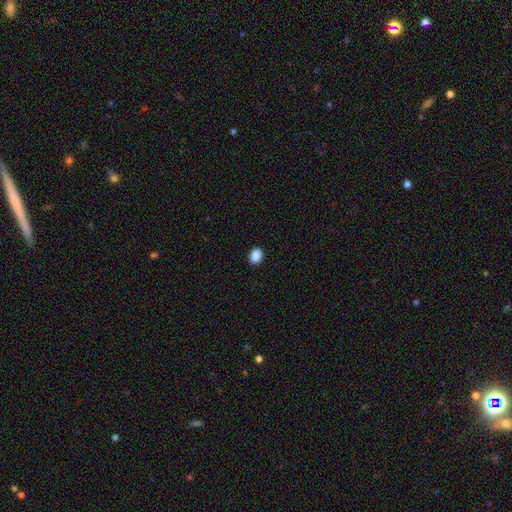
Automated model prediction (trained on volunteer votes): Smooth or featured? Predicted: smooth (p=0.89). How rounded? Predicted: in between (p=0.65). Merging? Predicted: none (p=0.90).